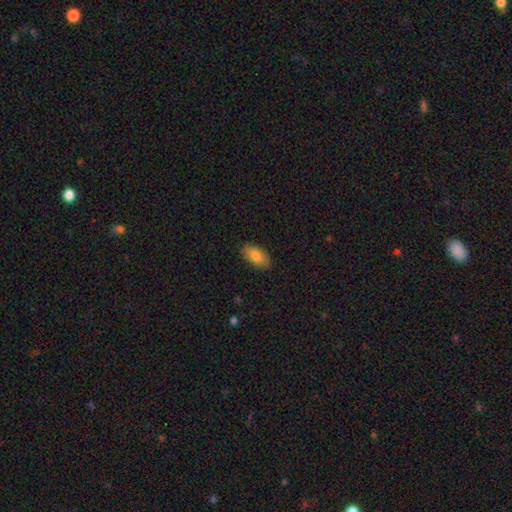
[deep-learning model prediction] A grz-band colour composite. It shows a smooth galaxy with no disk features (83%) that is in between round and cigar-shaped (92%). Merging: none (86%).